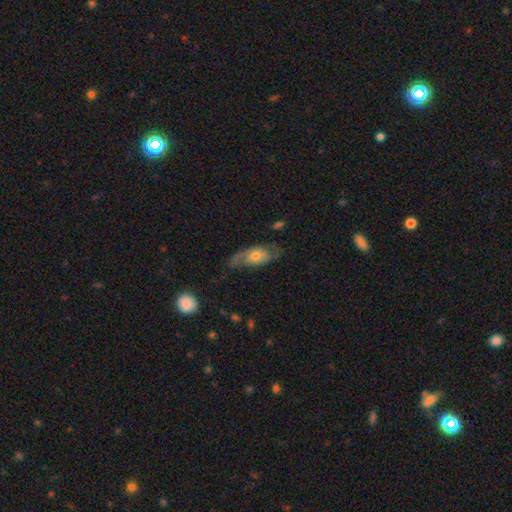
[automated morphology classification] This appears to be a featured or disk galaxy (55%). Merging: none (55%).